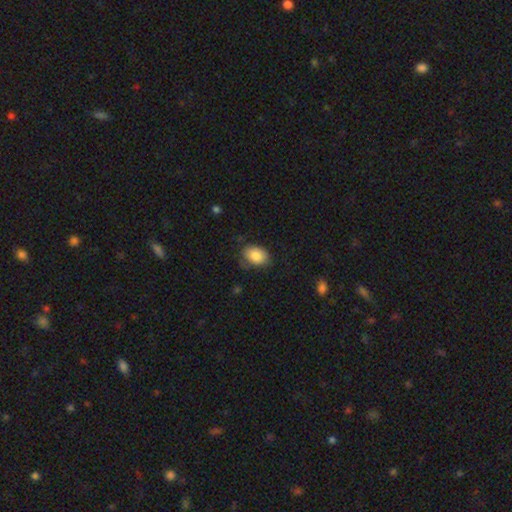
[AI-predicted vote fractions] This appears to be a smooth galaxy with no disk features (84%) that is in between round and cigar-shaped (81%). Merging: none (69%).